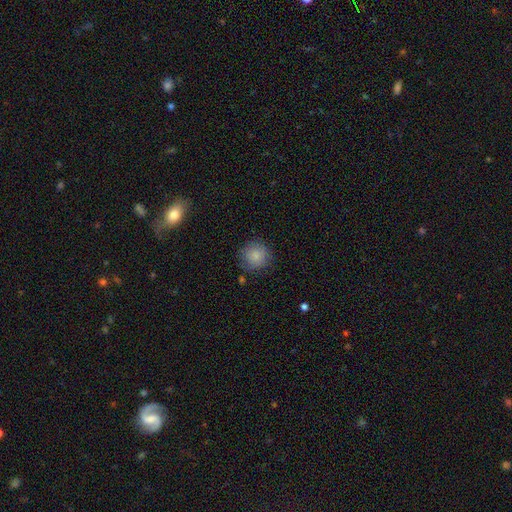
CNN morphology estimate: smooth_or_featured: smooth (p=0.86) [alt: star or artifact p=0.09]
how_rounded: round (p=0.92) [alt: in between p=0.07]
merging: none (p=0.81) [alt: minor disturbance p=0.13]